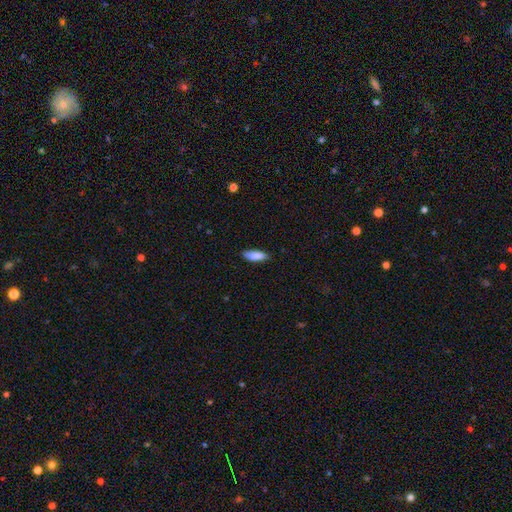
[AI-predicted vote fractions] A smooth galaxy with no disk features (89%) that is in between round and cigar-shaped (64%).

Vote fractions:
- Smooth or featured? smooth: 89% / star or artifact: 6% / featured or disk: 5%
- How rounded? in between: 64% / cigar-shaped: 35% / round: 2%
- Merging? none: 83% / minor disturbance: 14% / major disturbance: 2% / merger: 1%